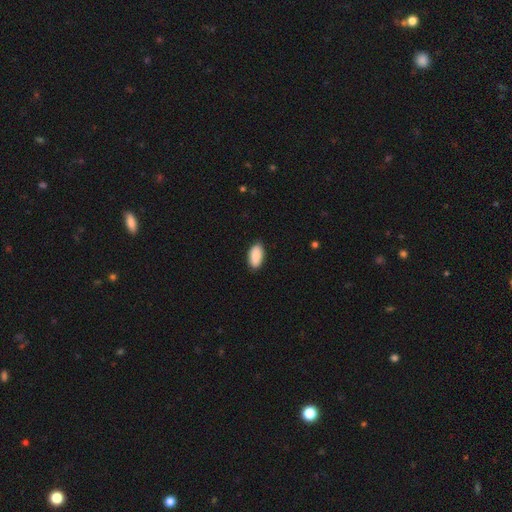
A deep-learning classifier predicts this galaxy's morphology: Smooth or featured?
  - smooth: 90% *
  - star or artifact: 6%
  - featured or disk: 4%
How rounded?
  - in between: 94% *
  - cigar-shaped: 4%
  - round: 2%
Merging?
  - none: 88% *
  - minor disturbance: 9%
  - major disturbance: 2%
  - merger: 1%